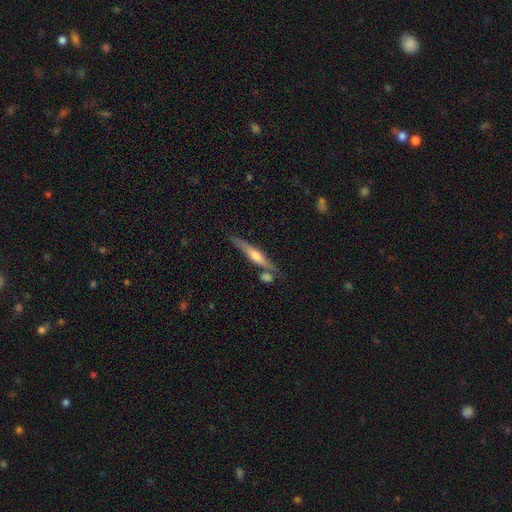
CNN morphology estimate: This is likely a featured or disk galaxy (67%). It is clearly viewed edge-on (96%). Edge-on bulge: clearly rounded (85%). Merging: likely none (72%).